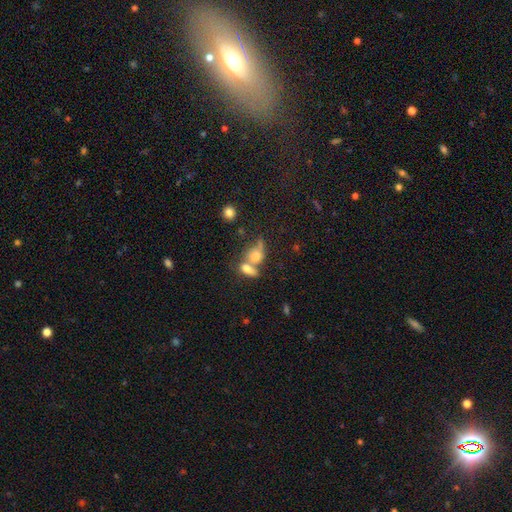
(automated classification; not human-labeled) This appears to be a smooth galaxy with no disk features (67%) that is in between round and cigar-shaped (58%). Merging: merger (53%).